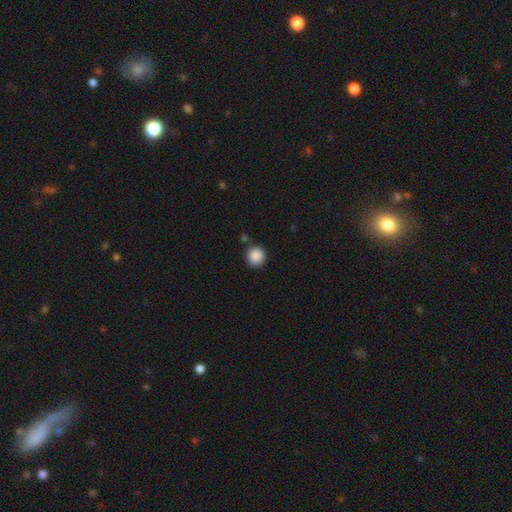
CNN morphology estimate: smooth 88%, star or artifact 9%, featured or disk 3%. Down the decision tree: how rounded — round (94%); merging — none (84%).